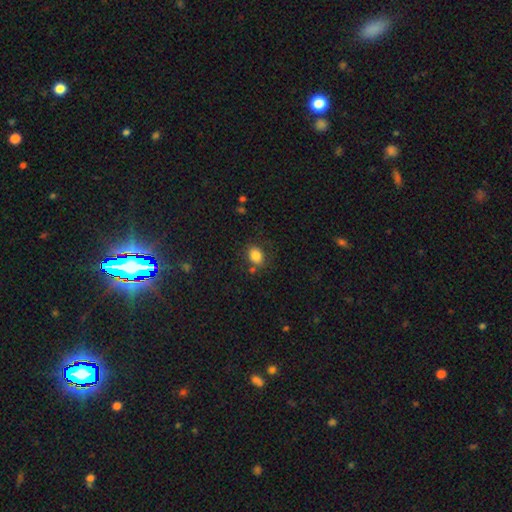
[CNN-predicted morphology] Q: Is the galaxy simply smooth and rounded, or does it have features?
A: smooth — 83%.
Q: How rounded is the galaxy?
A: in between — 61%.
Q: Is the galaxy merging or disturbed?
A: none — 72%.